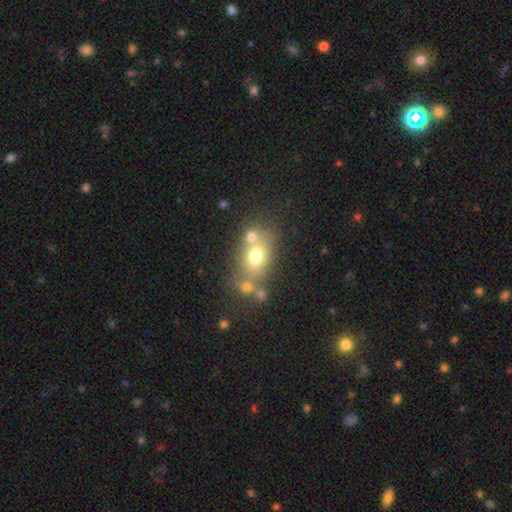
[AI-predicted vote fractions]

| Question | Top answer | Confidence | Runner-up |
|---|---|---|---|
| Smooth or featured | smooth | 68% | featured or disk (20%) |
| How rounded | in between | 70% | round (28%) |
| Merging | none | 50% | merger (30%) |